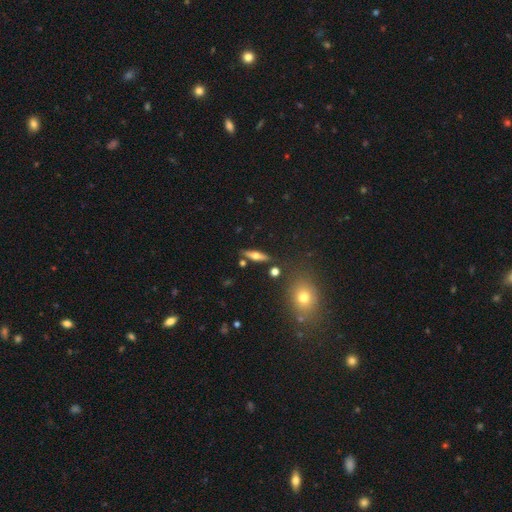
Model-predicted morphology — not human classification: Smooth or featured? Predicted: featured or disk (p=0.47). Merging? Predicted: none (p=0.81).